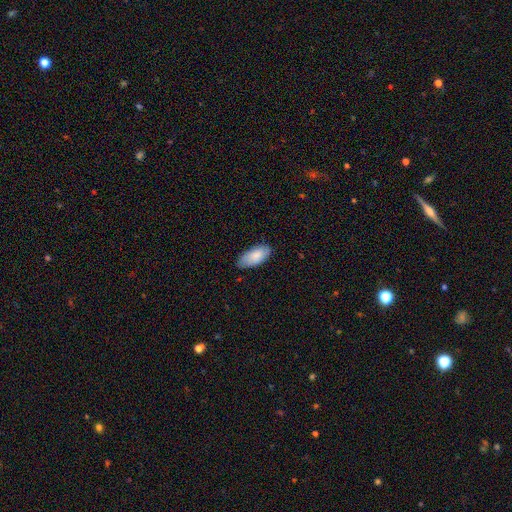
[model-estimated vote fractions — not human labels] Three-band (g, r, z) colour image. It shows a smooth galaxy with no disk features (83%) that is in between round and cigar-shaped (91%). Merging: none (74%).